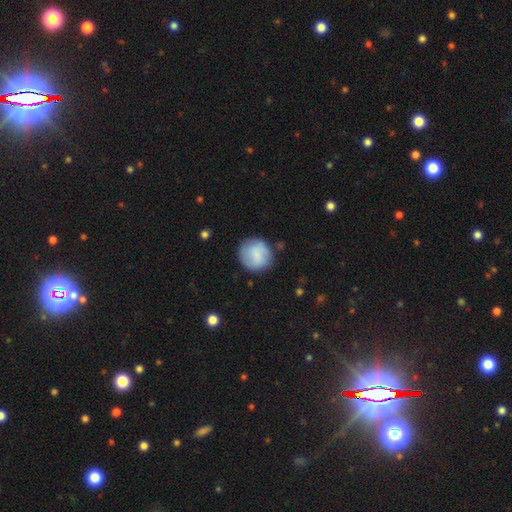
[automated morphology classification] A smooth galaxy with no disk features (78%) that is round (92%).

Vote fractions:
- Smooth or featured? smooth: 78% / featured or disk: 15% / star or artifact: 6%
- How rounded? round: 92% / in between: 7% / cigar-shaped: 1%
- Merging? none: 81% / minor disturbance: 13% / major disturbance: 4% / merger: 2%